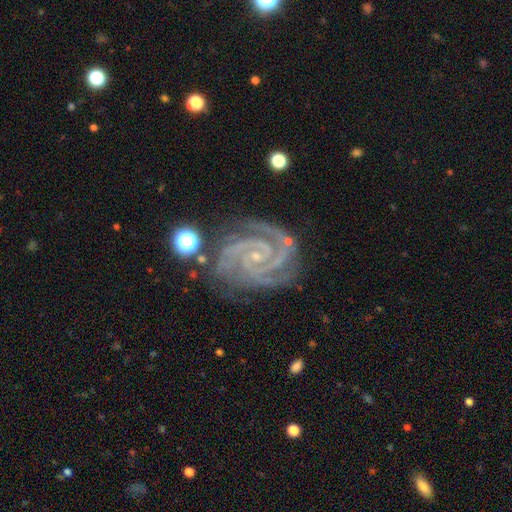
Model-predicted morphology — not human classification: Smooth or featured? Predicted: featured or disk (p=0.93). Edge-on disk? Predicted: no (p=0.98). Bar? Predicted: no (p=0.62). Spiral arms? Predicted: yes (p=0.99). Spiral winding? Predicted: tight (p=0.75). Spiral arm count? Predicted: 3 (p=0.41). Bulge size? Predicted: small (p=0.86). Merging? Predicted: none (p=0.77).